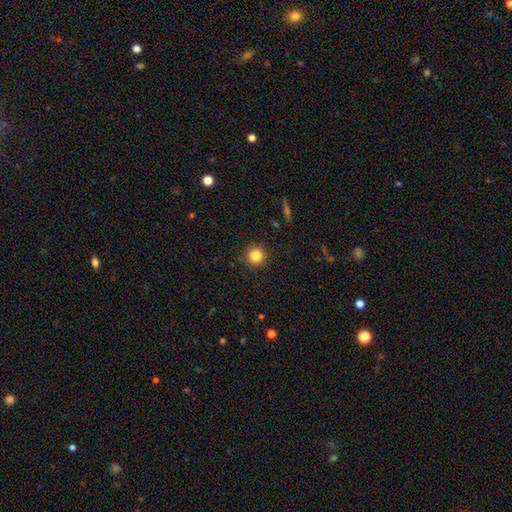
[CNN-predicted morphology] This appears to be a smooth galaxy with no disk features (83%) that is round (95%). Merging: none (92%).